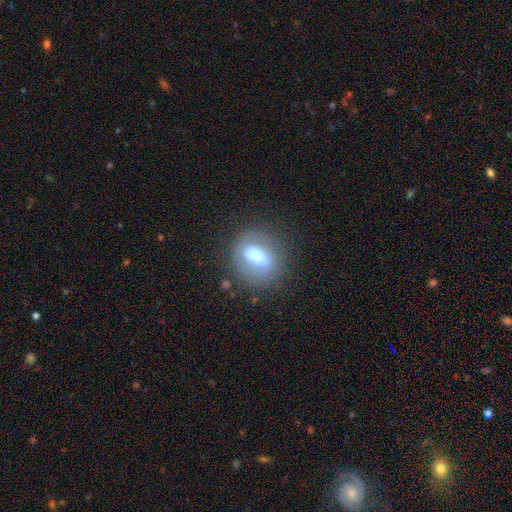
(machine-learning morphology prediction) A smooth galaxy with no disk features (49%).

Vote fractions:
- Smooth or featured? smooth: 49% / featured or disk: 41% / star or artifact: 10%
- Merging? none: 76% / minor disturbance: 15% / major disturbance: 7% / merger: 2%